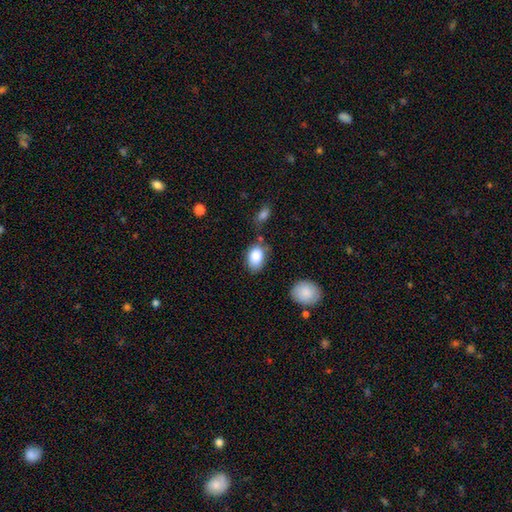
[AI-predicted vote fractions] This is clearly a smooth galaxy (86%). How rounded: clearly in between (83%). Merging: likely none (62%).